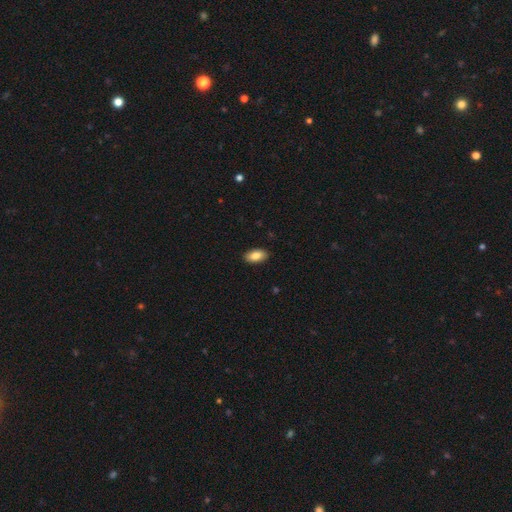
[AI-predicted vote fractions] smooth_or_featured: smooth (p=0.86) [alt: featured or disk p=0.07]
how_rounded: in between (p=0.93) [alt: round p=0.04]
merging: none (p=0.90) [alt: minor disturbance p=0.08]